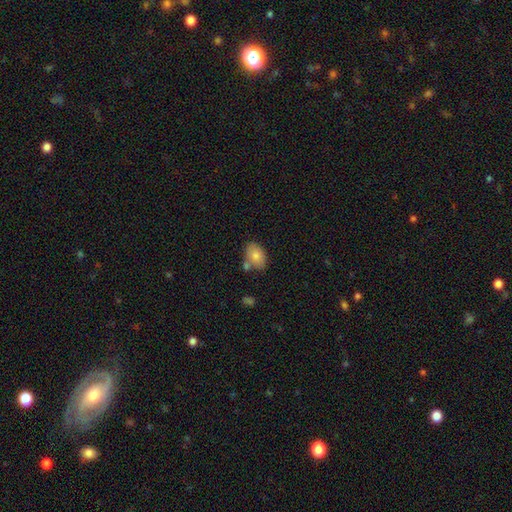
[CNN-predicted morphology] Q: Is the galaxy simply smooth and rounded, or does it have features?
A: smooth — 79%.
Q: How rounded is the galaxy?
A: in between — 86%.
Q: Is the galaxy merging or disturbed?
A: none — 62%.